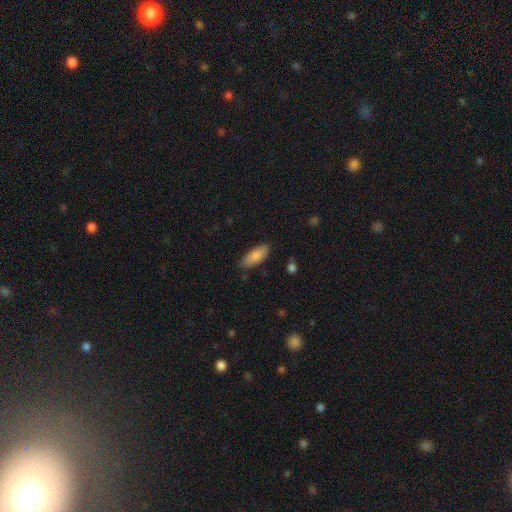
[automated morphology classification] smooth 86%, featured or disk 9%, star or artifact 6%. Down the decision tree: how rounded — in between (77%); merging — none (82%).